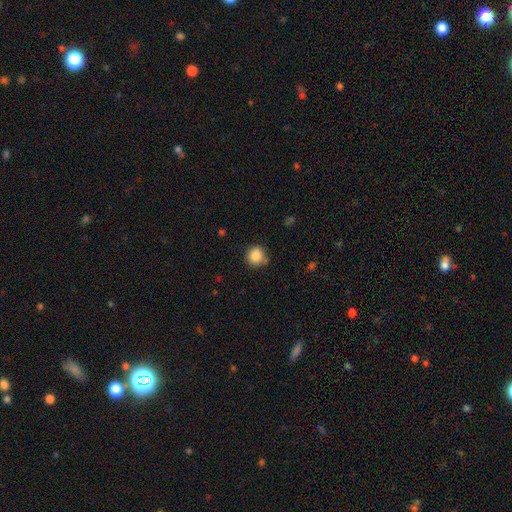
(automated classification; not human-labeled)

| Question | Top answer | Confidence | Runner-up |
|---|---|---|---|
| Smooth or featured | smooth | 86% | star or artifact (9%) |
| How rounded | round | 91% | in between (8%) |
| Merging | none | 79% | minor disturbance (15%) |